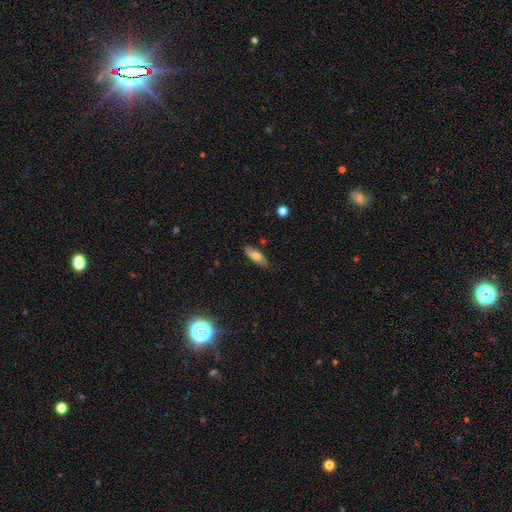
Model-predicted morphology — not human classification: type=smooth (69%); roundness=in between (67%); merging=none (81%).